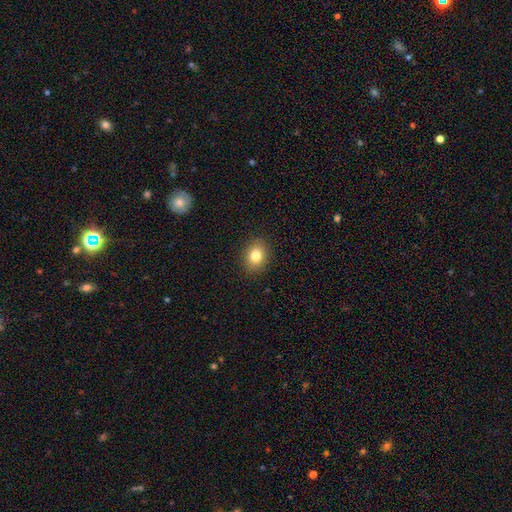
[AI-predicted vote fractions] Q: Smooth or featured?
A: smooth (81%); runner-up: star or artifact (10%)
Q: How rounded?
A: in between (55%); runner-up: round (44%)
Q: Merging?
A: none (90%); runner-up: minor disturbance (7%)